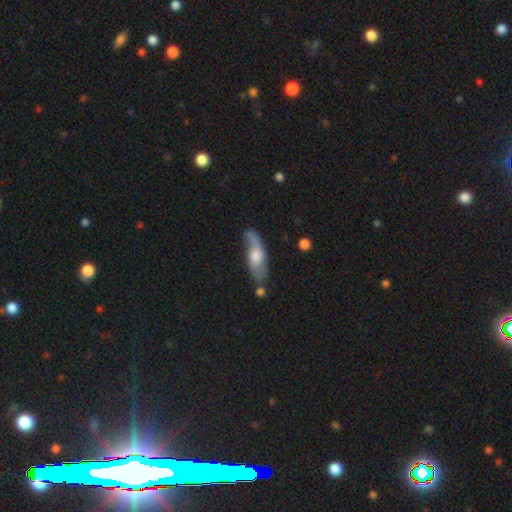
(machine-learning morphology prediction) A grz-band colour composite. It shows a featured or disk galaxy (53%). Merging: none (61%).